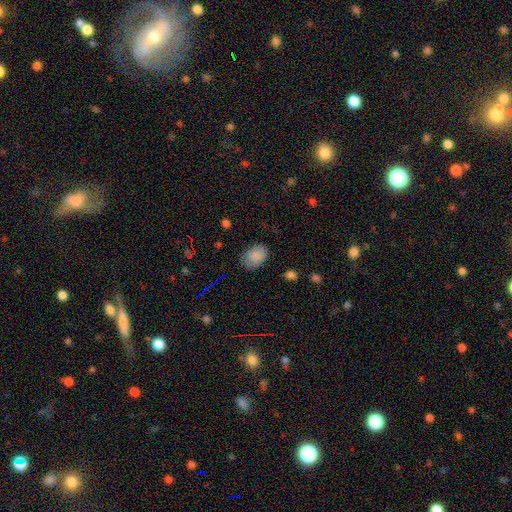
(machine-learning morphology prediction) A smooth galaxy with no disk features (86%) that is in between round and cigar-shaped (71%).

Vote fractions:
- Smooth or featured? smooth: 86% / star or artifact: 9% / featured or disk: 5%
- How rounded? in between: 71% / round: 28% / cigar-shaped: 1%
- Merging? none: 77% / minor disturbance: 18% / major disturbance: 4% / merger: 1%